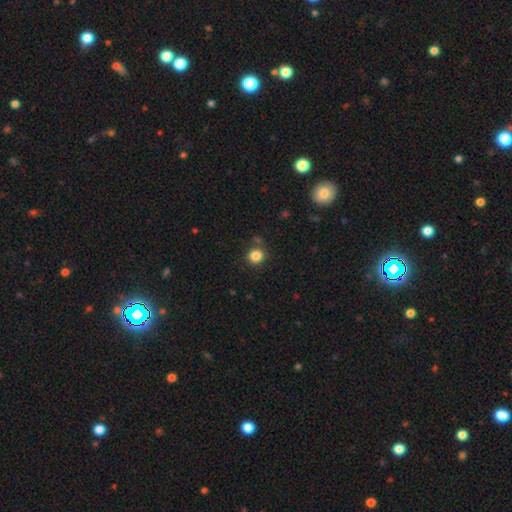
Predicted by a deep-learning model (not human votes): The model was most divided on "merging": none: 82%, minor disturbance: 9%, merger: 6%, major disturbance: 3%. More confident: how rounded — round (89%); smooth or featured — smooth (85%).